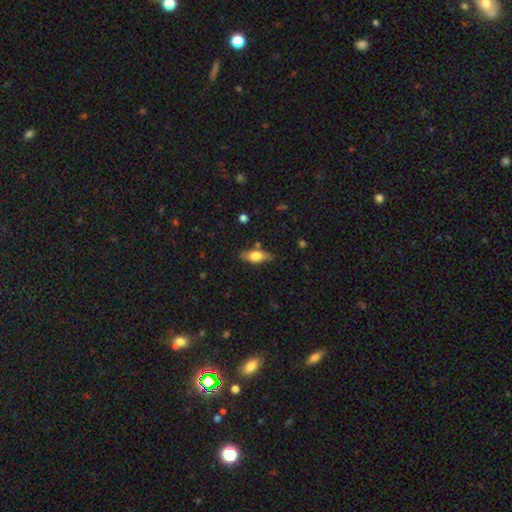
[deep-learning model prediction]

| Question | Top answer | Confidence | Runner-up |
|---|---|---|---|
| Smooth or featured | smooth | 73% | featured or disk (21%) |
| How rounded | in between | 78% | cigar-shaped (18%) |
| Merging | none | 77% | minor disturbance (17%) |